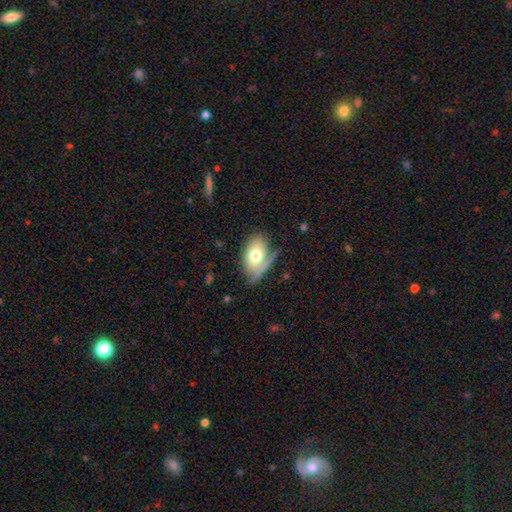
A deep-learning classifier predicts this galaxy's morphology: smooth 63%, featured or disk 29%, star or artifact 7%. Down the decision tree: how rounded — in between (88%); merging — none (50%).